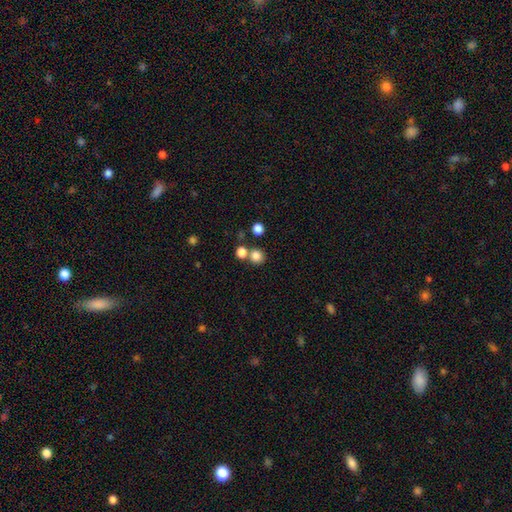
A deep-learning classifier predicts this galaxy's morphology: The model was most divided on "merging": none: 66%, merger: 24%, minor disturbance: 7%, major disturbance: 3%. More confident: how rounded — round (89%); smooth or featured — smooth (81%).